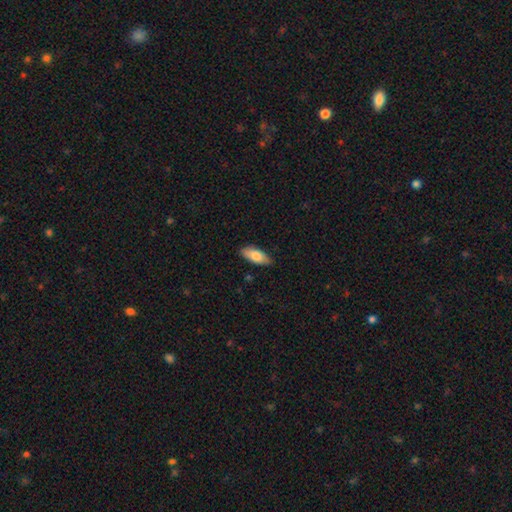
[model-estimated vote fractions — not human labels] Smooth or featured?
  - smooth: 80% *
  - featured or disk: 14%
  - star or artifact: 6%
How rounded?
  - in between: 82% *
  - cigar-shaped: 16%
  - round: 2%
Merging?
  - none: 84% *
  - minor disturbance: 12%
  - major disturbance: 2%
  - merger: 1%